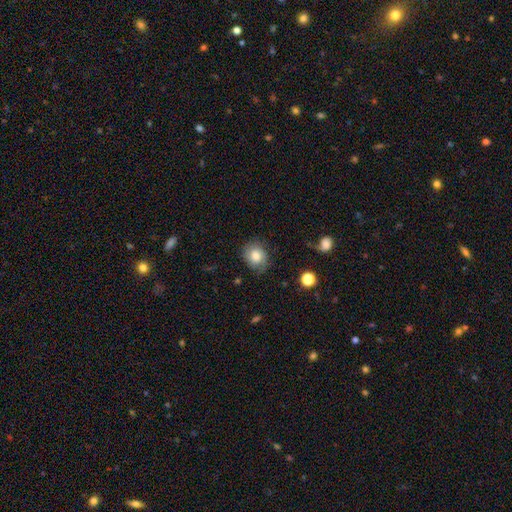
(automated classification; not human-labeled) smooth-or-featured: smooth: 73% | featured or disk: 18% | star or artifact: 9%
  how-rounded: round: 63% | in between: 36% | cigar-shaped: 1%
  merging: none: 72% | minor disturbance: 20% | major disturbance: 6% | merger: 1%